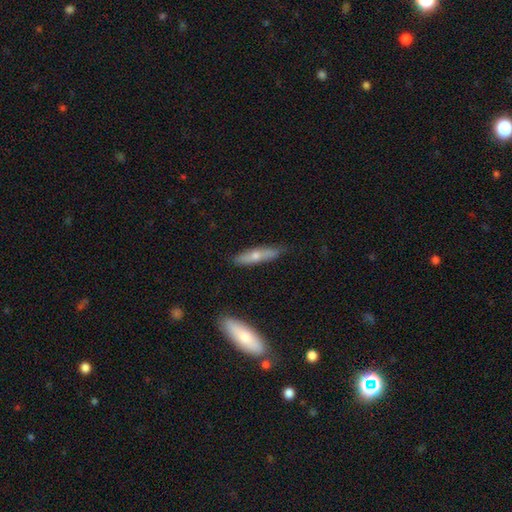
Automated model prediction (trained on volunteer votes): Smooth or featured: smooth — 51% (featured or disk — 43%)
How rounded: cigar-shaped — 81% (in between — 17%)
Merging: none — 82% (minor disturbance — 13%)